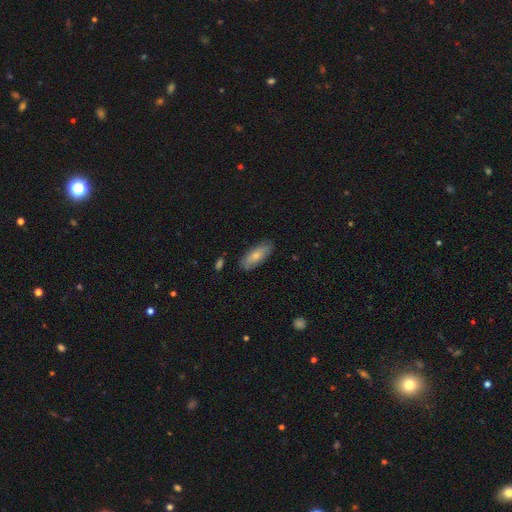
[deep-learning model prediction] smooth 75%, featured or disk 19%, star or artifact 6%. Down the decision tree: how rounded — in between (76%); merging — none (83%).